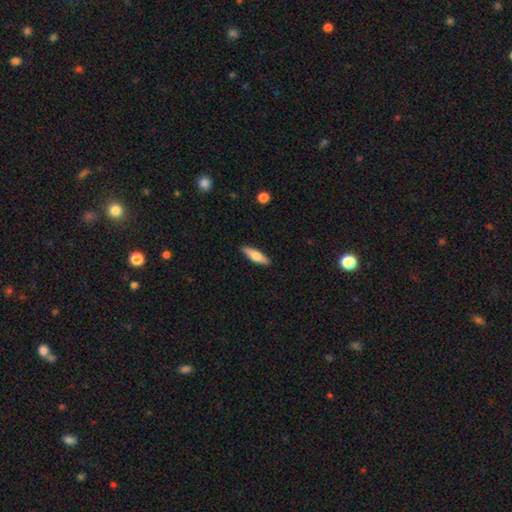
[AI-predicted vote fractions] Overall: smooth (66%; featured or disk 29%). How rounded: cigar-shaped (61%; in between 37%). Merging: none (89%).